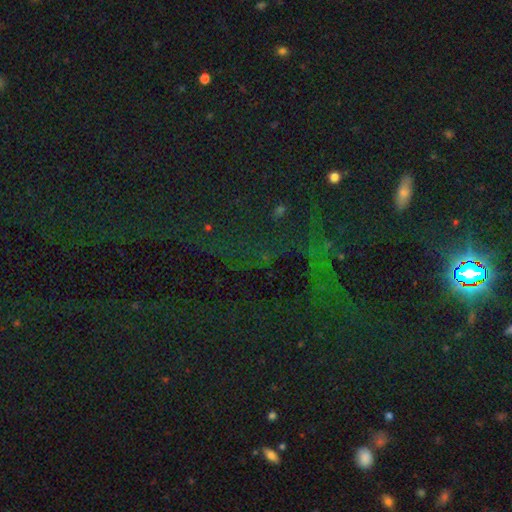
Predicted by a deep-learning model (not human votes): Morphology: type=star or artifact (76%).